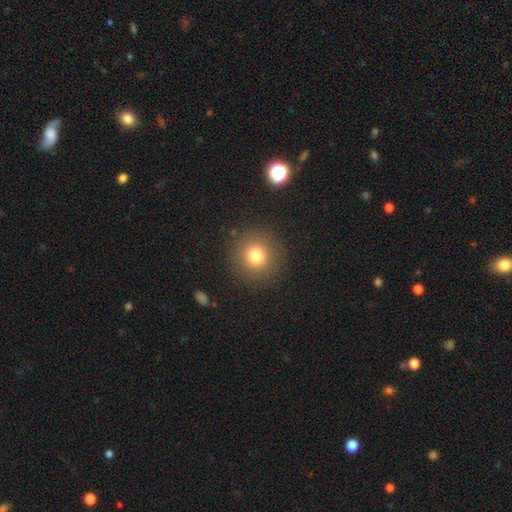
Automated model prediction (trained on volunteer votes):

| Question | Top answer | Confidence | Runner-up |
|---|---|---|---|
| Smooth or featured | smooth | 77% | star or artifact (13%) |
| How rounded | round | 94% | in between (5%) |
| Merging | none | 89% | minor disturbance (6%) |